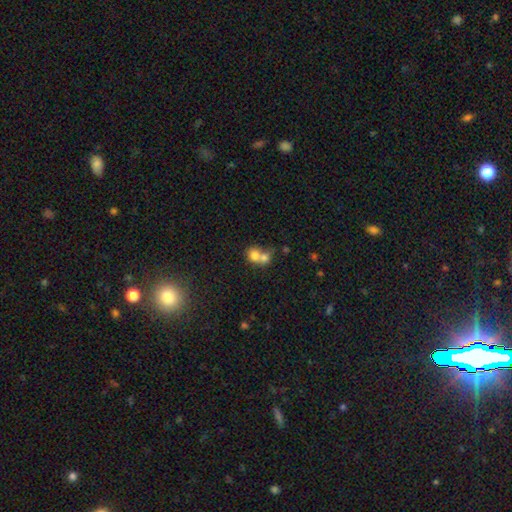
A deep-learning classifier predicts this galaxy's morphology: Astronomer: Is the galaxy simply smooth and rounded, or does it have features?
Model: smooth — 73%.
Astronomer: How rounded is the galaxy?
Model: round — 70%.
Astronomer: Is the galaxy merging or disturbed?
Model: merger — 69%.